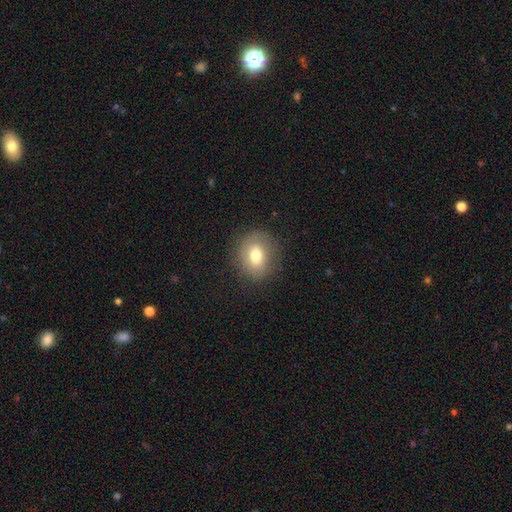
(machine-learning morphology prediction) smooth-or-featured: smooth: 74% | featured or disk: 16% | star or artifact: 10%
  how-rounded: round: 62% | in between: 37% | cigar-shaped: 1%
  merging: none: 84% | minor disturbance: 11% | major disturbance: 4% | merger: 1%